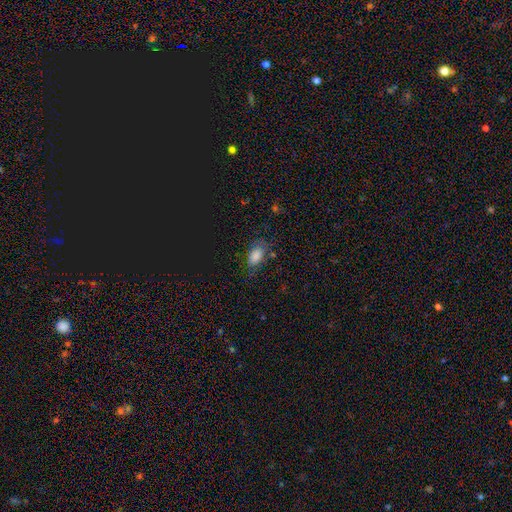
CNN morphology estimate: smooth 79%, star or artifact 14%, featured or disk 8%. Down the decision tree: how rounded — in between (89%); merging — none (70%).